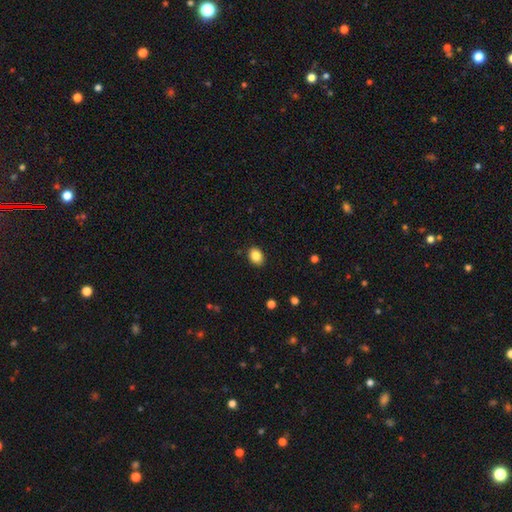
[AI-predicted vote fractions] smooth-or-featured: smooth: 86% | star or artifact: 9% | featured or disk: 5%
  how-rounded: in between: 65% | round: 34% | cigar-shaped: 1%
  merging: none: 89% | minor disturbance: 8% | major disturbance: 2% | merger: 1%